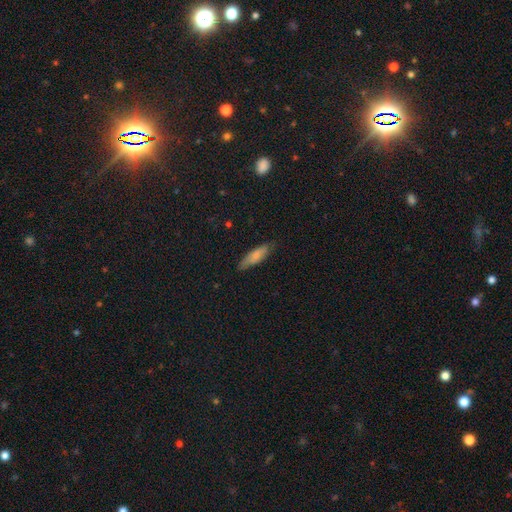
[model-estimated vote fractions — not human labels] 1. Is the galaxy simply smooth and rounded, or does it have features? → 78% smooth, 16% featured or disk, 6% star or artifact.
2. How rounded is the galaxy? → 57% cigar-shaped, 41% in between, 2% round.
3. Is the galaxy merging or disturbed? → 77% none, 18% minor disturbance, 3% major disturbance, 1% merger.